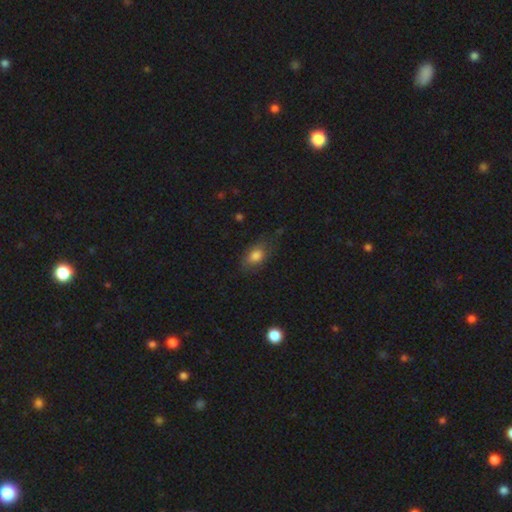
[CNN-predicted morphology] This is likely a smooth galaxy (77%). How rounded: clearly in between (84%). Merging: likely none (67%).